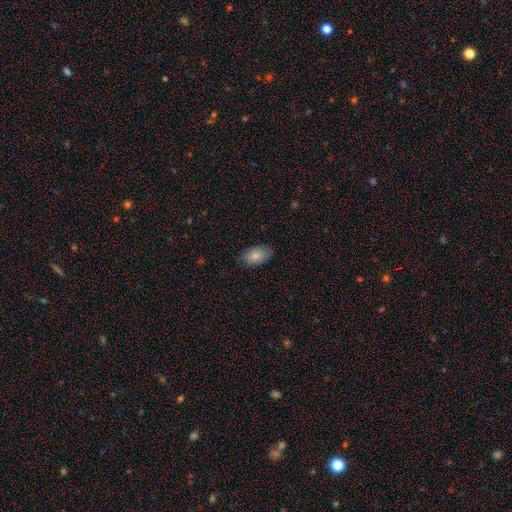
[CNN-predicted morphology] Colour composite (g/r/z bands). It shows a smooth galaxy with no disk features (84%) that is in between round and cigar-shaped (94%). Merging: none (79%).